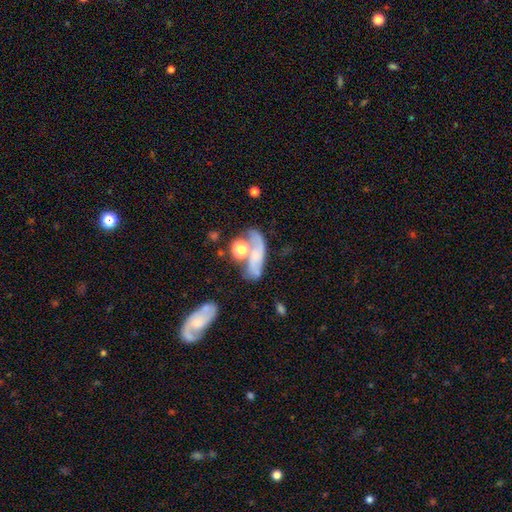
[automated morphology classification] This is possibly a featured or disk galaxy (51%). It is clearly not viewed edge-on (87%). Merging: marginally none (35%).